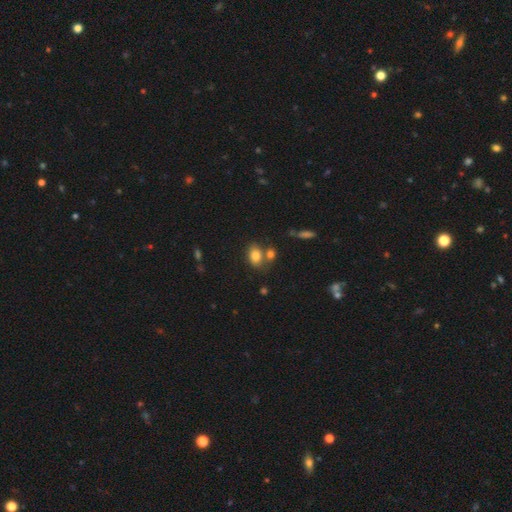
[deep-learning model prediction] Smooth or featured? Predicted: smooth (p=0.81). How rounded? Predicted: in between (p=0.77). Merging? Predicted: none (p=0.57).